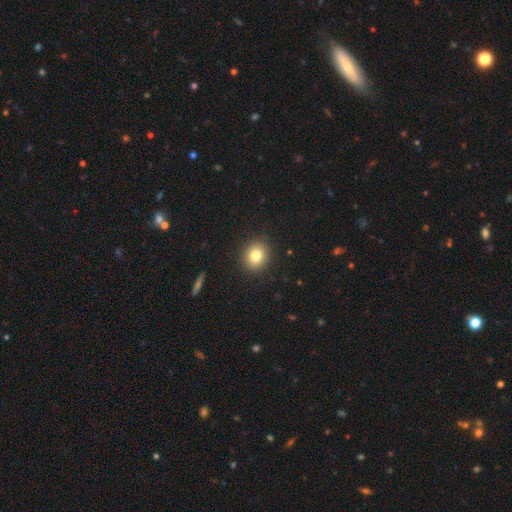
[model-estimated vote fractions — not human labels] Q: Smooth or featured?
A: smooth (80%); runner-up: star or artifact (11%)
Q: How rounded?
A: round (74%); runner-up: in between (26%)
Q: Merging?
A: none (90%); runner-up: minor disturbance (7%)